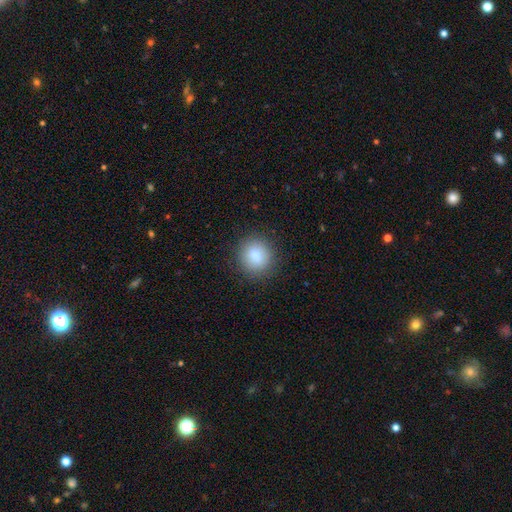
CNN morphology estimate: smooth 85%, star or artifact 9%, featured or disk 6%. Down the decision tree: how rounded — round (87%); merging — none (88%).